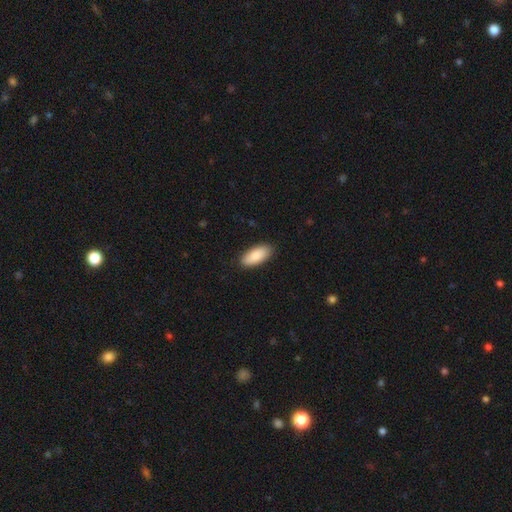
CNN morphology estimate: Smooth or featured: smooth — 85% (featured or disk — 10%)
How rounded: in between — 88% (cigar-shaped — 10%)
Merging: none — 87% (minor disturbance — 10%)